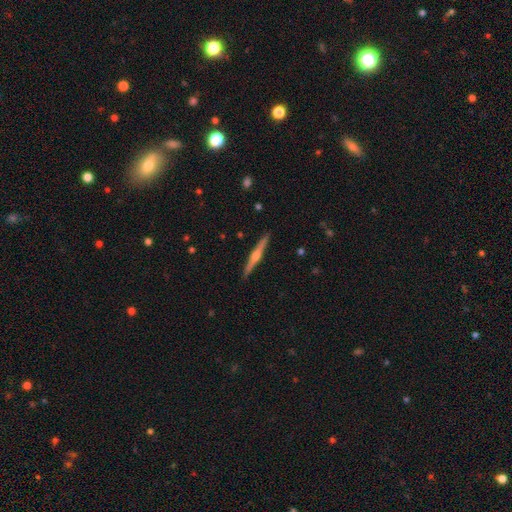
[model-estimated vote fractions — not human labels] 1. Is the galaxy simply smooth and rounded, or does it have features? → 78% featured or disk, 17% smooth, 5% star or artifact.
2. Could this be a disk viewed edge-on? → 99% yes, 1% no.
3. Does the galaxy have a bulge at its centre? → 91% rounded, 4% boxy, 4% none.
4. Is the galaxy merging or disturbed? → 92% none, 6% minor disturbance, 1% major disturbance, 1% merger.